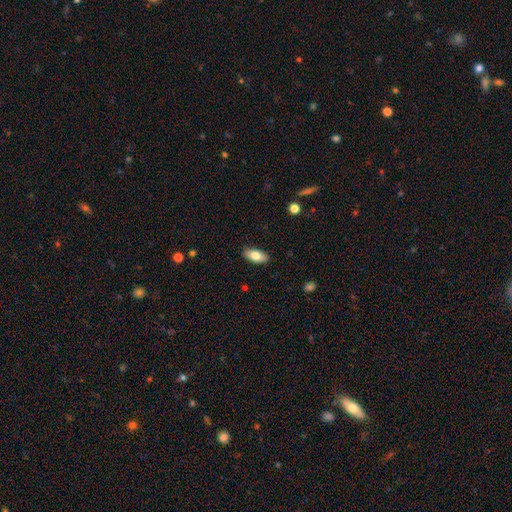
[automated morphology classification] Smooth or featured? smooth (79%)
How rounded? in between (89%)
Merging? none (88%)